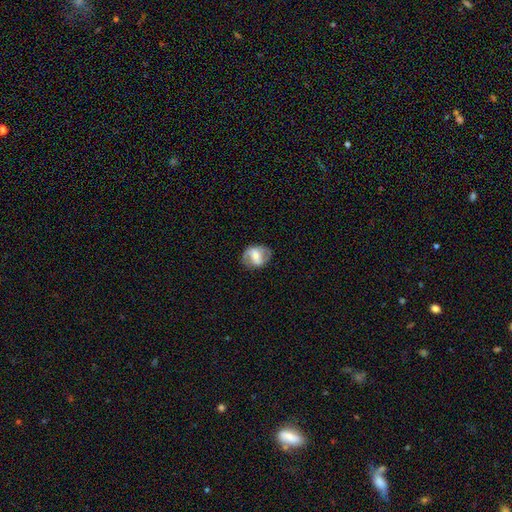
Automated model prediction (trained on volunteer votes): This appears to be a featured or disk galaxy (62%) with a weak bar (40%), spiral arms (79%) and a moderate central bulge (44%). Merging: none (74%).